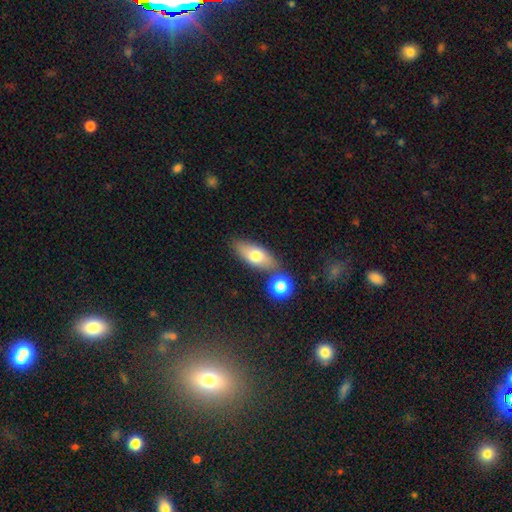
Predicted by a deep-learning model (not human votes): Smooth or featured: smooth — 69% (featured or disk — 23%)
How rounded: in between — 77% (cigar-shaped — 17%)
Merging: none — 69% (merger — 14%)